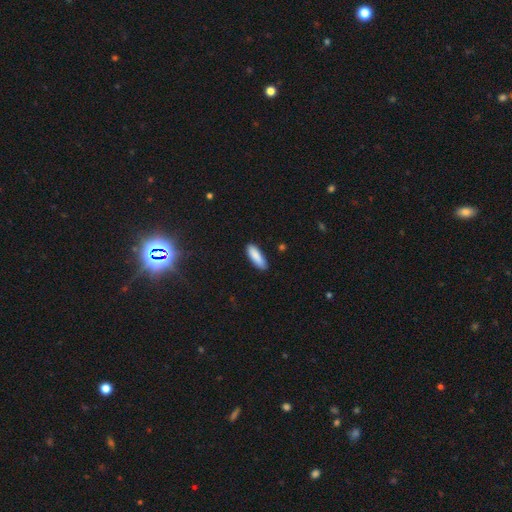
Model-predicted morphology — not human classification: smooth 89%, star or artifact 6%, featured or disk 5%. Down the decision tree: how rounded — in between (52%); merging — none (85%).